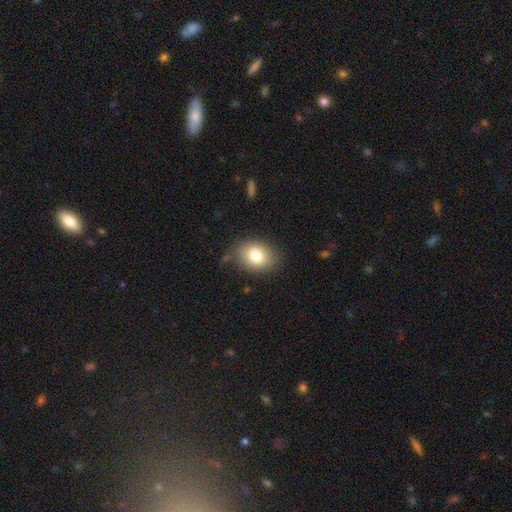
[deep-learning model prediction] A smooth galaxy with no disk features (80%) that is in between round and cigar-shaped (66%). Merging: none (79%).